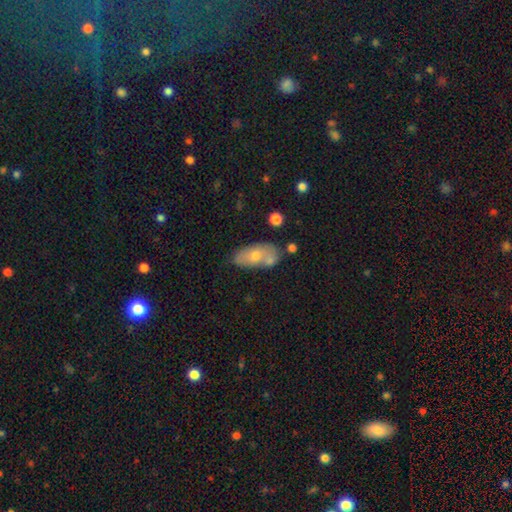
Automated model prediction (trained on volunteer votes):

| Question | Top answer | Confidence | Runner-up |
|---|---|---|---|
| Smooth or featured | smooth | 62% | featured or disk (30%) |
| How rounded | in between | 87% | cigar-shaped (8%) |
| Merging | none | 55% | merger (20%) |